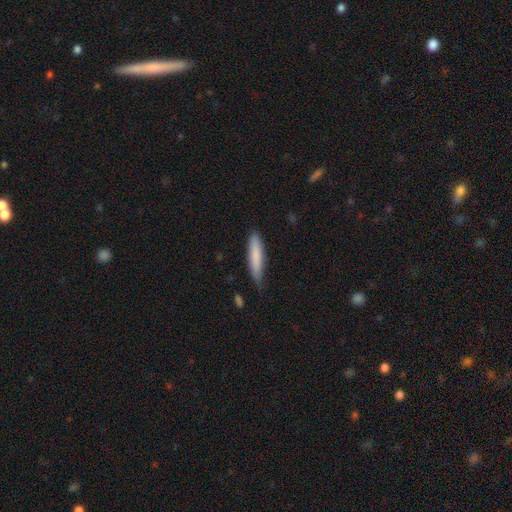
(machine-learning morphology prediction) Smooth or featured? smooth (81%)
How rounded? cigar-shaped (86%)
Merging? none (66%)